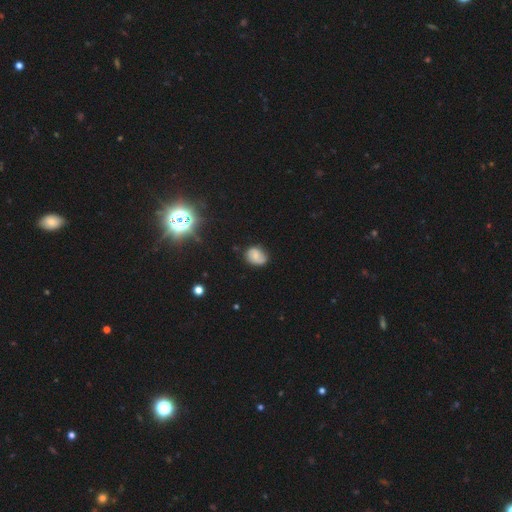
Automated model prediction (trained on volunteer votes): smooth 56%, featured or disk 32%, star or artifact 12%. Down the decision tree: how rounded — in between (56%); merging — none (68%).